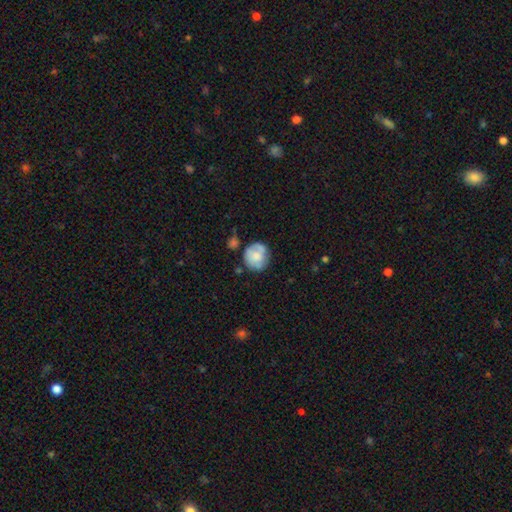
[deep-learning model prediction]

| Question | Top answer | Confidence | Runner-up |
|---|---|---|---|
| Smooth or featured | smooth | 60% | featured or disk (33%) |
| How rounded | round | 83% | in between (16%) |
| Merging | none | 61% | minor disturbance (23%) |